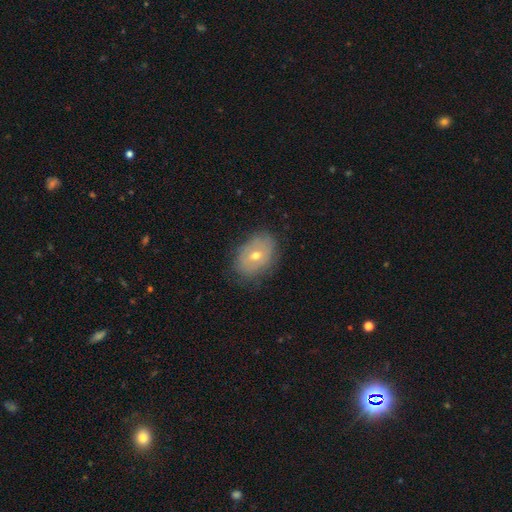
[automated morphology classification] Smooth or featured?
  - smooth: 49% *
  - featured or disk: 41%
  - star or artifact: 10%
Merging?
  - none: 77% *
  - minor disturbance: 17%
  - major disturbance: 5%
  - merger: 1%